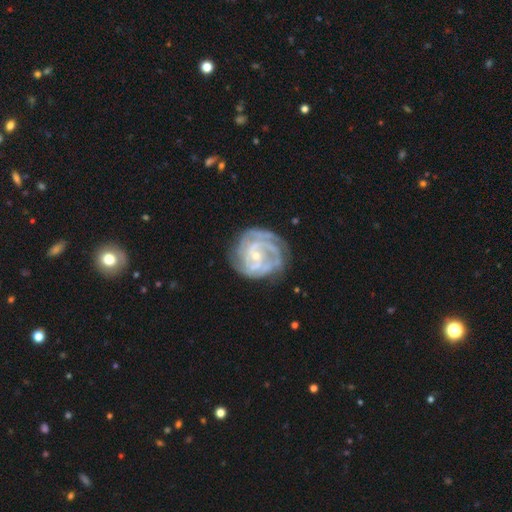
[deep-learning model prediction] This is clearly a featured or disk galaxy (86%). It is clearly not viewed edge-on (98%). Bar: possibly no (57%). Spiral arm pattern: clearly yes (95%). Spiral arm count: marginally 3 (28%). Spiral winding: likely tight (66%). Central bulge: likely small (72%). Merging: likely none (68%).